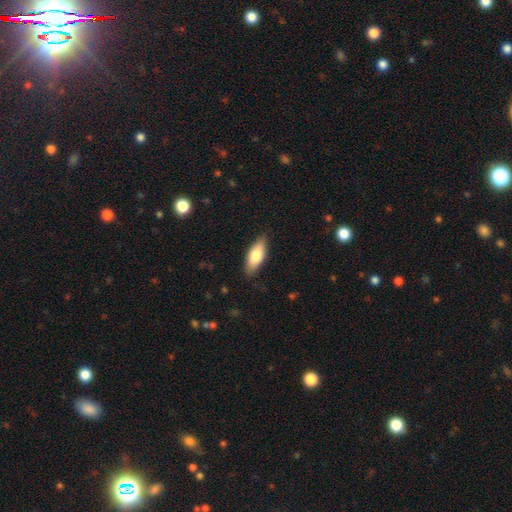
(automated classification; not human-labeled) Smooth or featured?
  - smooth: 75% *
  - featured or disk: 19%
  - star or artifact: 6%
How rounded?
  - in between: 76% *
  - cigar-shaped: 22%
  - round: 2%
Merging?
  - none: 84% *
  - minor disturbance: 12%
  - major disturbance: 2%
  - merger: 1%